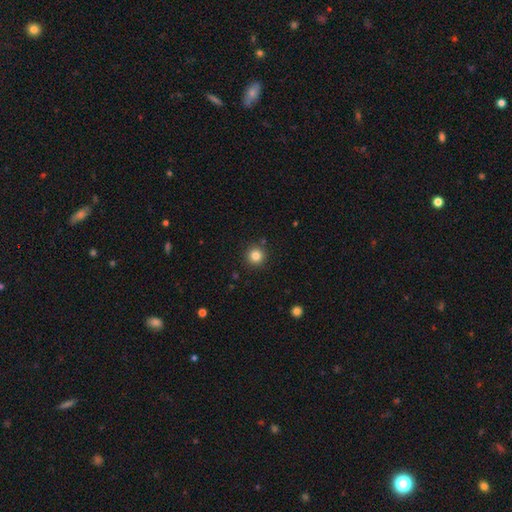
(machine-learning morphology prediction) smooth 83%, star or artifact 12%, featured or disk 5%. Down the decision tree: how rounded — round (96%); merging — none (90%).